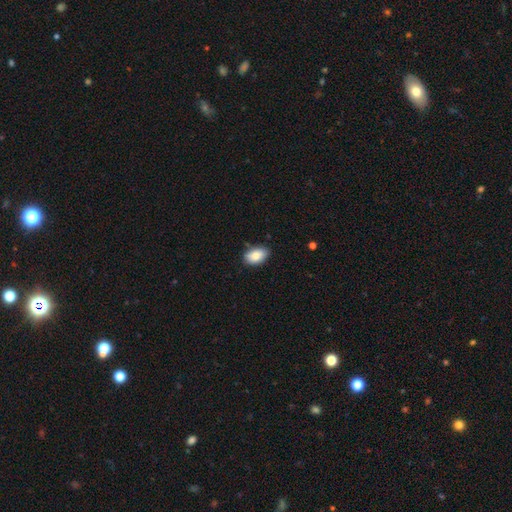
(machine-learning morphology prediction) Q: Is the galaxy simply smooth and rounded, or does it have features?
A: smooth — 85%.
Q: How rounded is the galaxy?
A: in between — 92%.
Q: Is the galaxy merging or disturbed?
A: none — 82%.